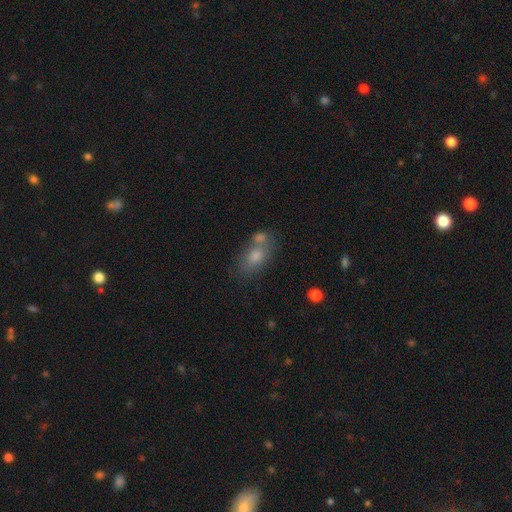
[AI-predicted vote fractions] Smooth or featured? smooth (71%)
How rounded? in between (79%)
Merging? none (51%)